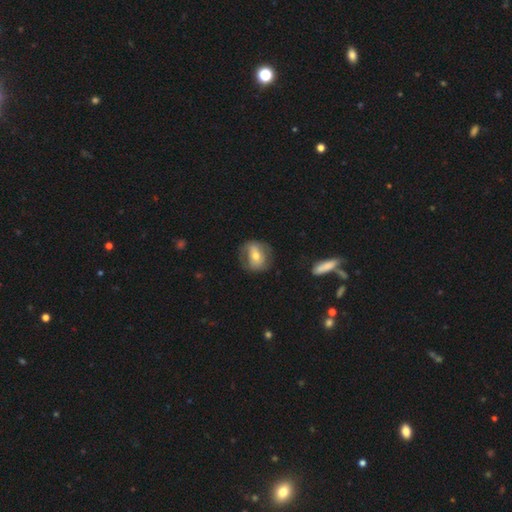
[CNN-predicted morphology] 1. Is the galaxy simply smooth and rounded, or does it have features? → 47% smooth, 46% featured or disk, 7% star or artifact.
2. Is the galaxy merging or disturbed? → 65% none, 22% minor disturbance, 12% major disturbance, 2% merger.